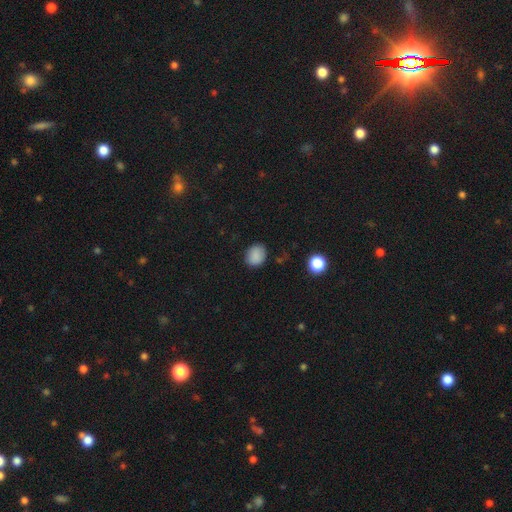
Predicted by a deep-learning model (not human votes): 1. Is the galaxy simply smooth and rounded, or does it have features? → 86% smooth, 10% star or artifact, 4% featured or disk.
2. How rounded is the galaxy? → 59% round, 40% in between, 1% cigar-shaped.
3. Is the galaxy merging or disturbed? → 82% none, 14% minor disturbance, 3% major disturbance, 2% merger.